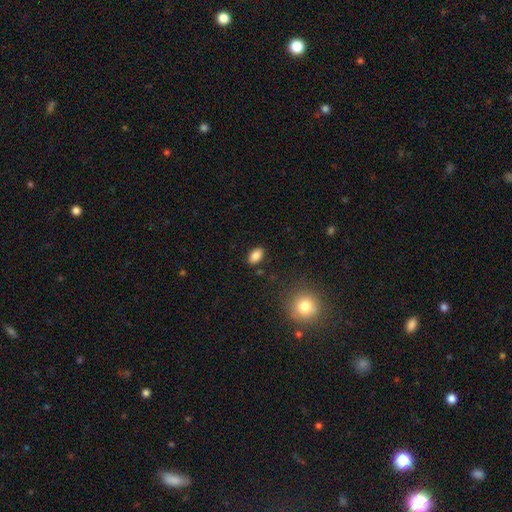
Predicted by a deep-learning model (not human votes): Q: Smooth or featured?
A: smooth (83%); runner-up: star or artifact (9%)
Q: How rounded?
A: in between (90%); runner-up: round (8%)
Q: Merging?
A: none (86%); runner-up: minor disturbance (9%)